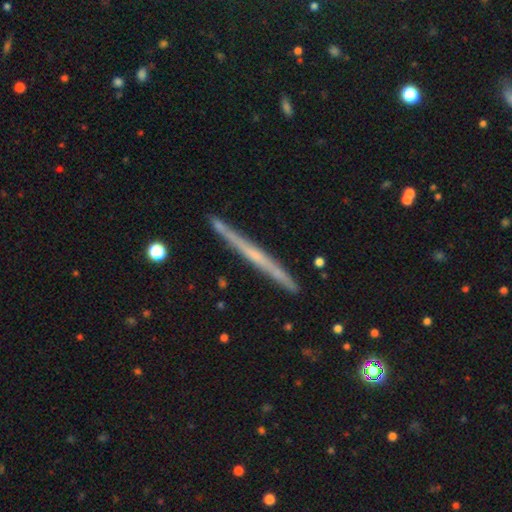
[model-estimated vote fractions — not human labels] Morphology: type=featured or disk (64%); edge-on=yes (97%); edge-on bulge=none (73%); merging=none (89%).